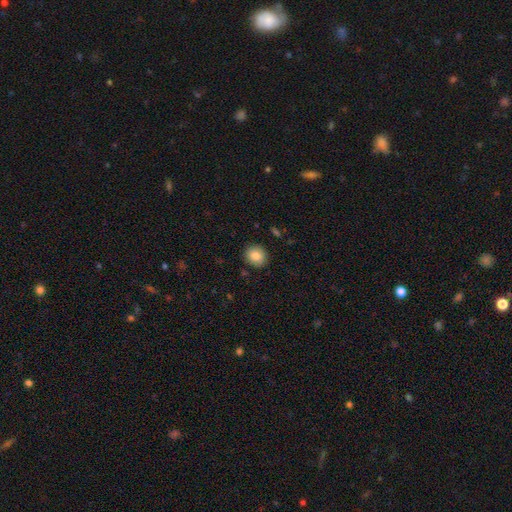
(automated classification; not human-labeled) Morphology: type=smooth (85%); roundness=round (81%); merging=none (90%).